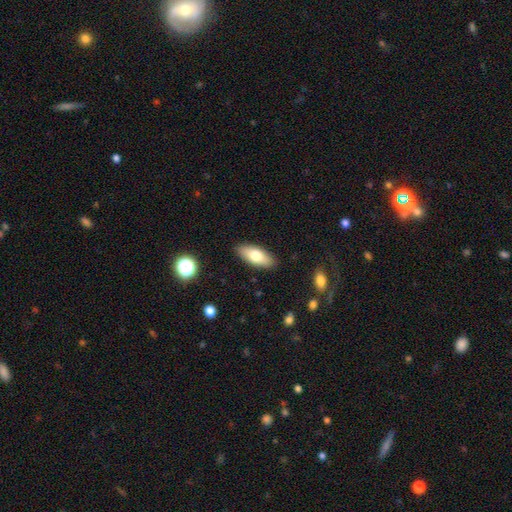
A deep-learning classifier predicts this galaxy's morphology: Smooth or featured: smooth — 74% (featured or disk — 19%)
How rounded: in between — 80% (cigar-shaped — 18%)
Merging: none — 87% (minor disturbance — 9%)